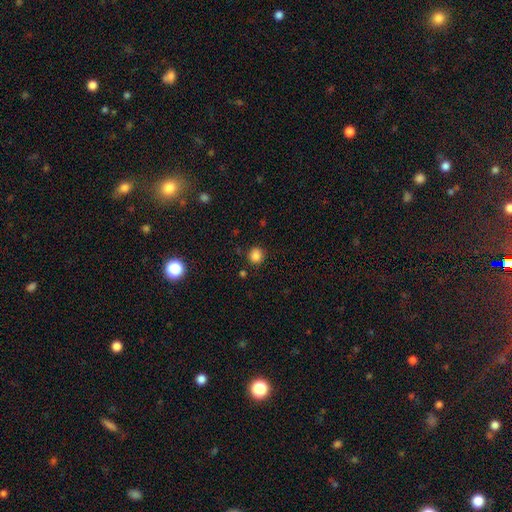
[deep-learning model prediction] This appears to be a smooth galaxy with no disk features (84%) that is round (86%). Merging: none (85%).